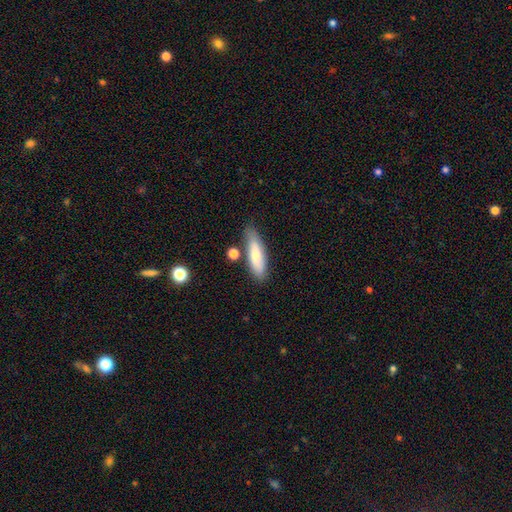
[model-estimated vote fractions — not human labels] This is likely a smooth galaxy (73%). How rounded: possibly cigar-shaped (55%). Merging: likely none (69%).